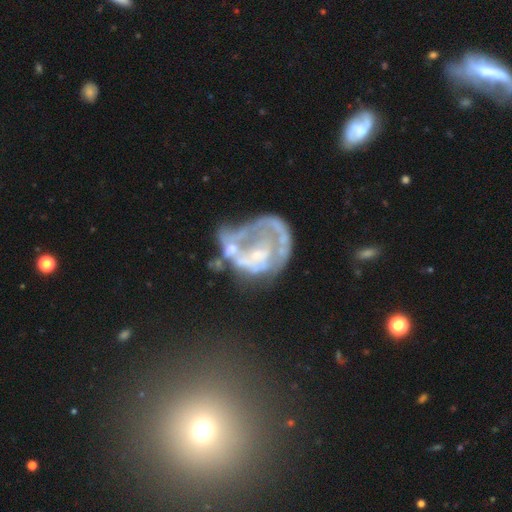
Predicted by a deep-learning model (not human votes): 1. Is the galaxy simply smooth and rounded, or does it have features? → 70% featured or disk, 19% smooth, 11% star or artifact.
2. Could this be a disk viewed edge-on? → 98% no, 2% yes.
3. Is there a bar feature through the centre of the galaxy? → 83% no, 12% weak, 4% strong.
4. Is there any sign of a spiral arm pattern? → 73% no, 27% yes.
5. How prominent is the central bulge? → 46% none, 26% small, 22% moderate, 4% large, 2% dominant.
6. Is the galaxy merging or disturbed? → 34% major disturbance, 26% none, 23% merger, 17% minor disturbance.